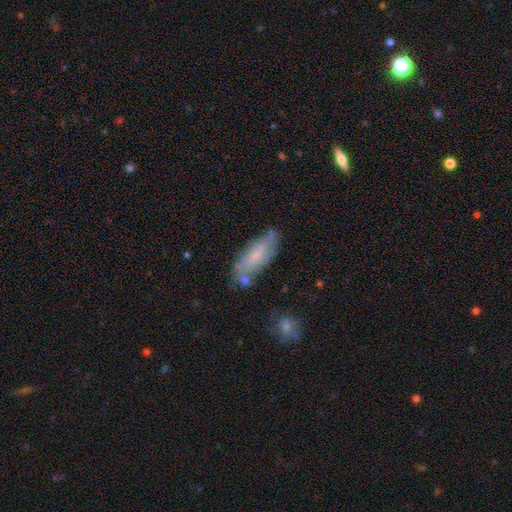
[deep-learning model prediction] The model was most divided on "smooth or featured": smooth: 48%, featured or disk: 45%, star or artifact: 8%. More confident: merging — none (63%).